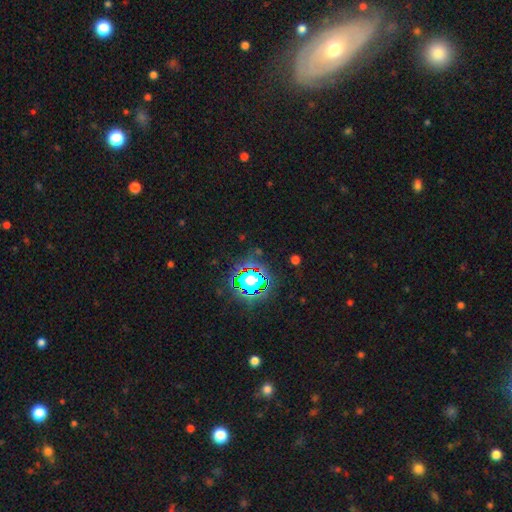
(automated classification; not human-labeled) Smooth or featured? star or artifact (78%)